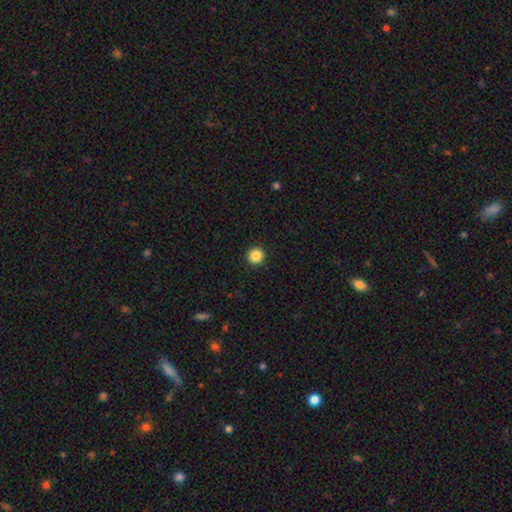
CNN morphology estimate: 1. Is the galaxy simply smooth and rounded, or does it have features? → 86% smooth, 10% star or artifact, 3% featured or disk.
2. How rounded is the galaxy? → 96% round, 3% in between, 1% cigar-shaped.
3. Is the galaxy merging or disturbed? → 94% none, 4% minor disturbance, 2% major disturbance, 1% merger.